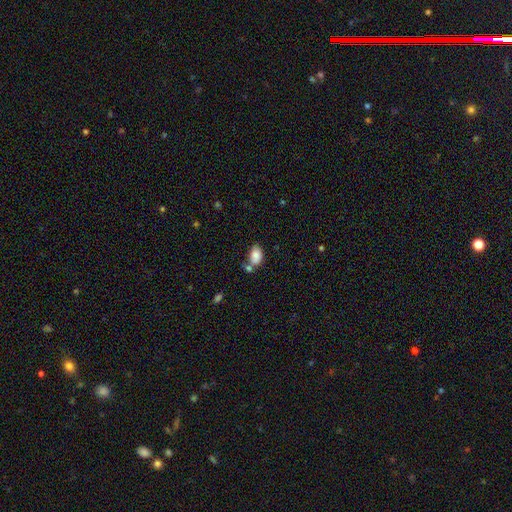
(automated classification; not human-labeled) A smooth galaxy with no disk features (82%) that is in between round and cigar-shaped (91%).

Vote fractions:
- Smooth or featured? smooth: 82% / featured or disk: 10% / star or artifact: 8%
- How rounded? in between: 91% / round: 8% / cigar-shaped: 2%
- Merging? none: 52% / merger: 24% / minor disturbance: 19% / major disturbance: 6%